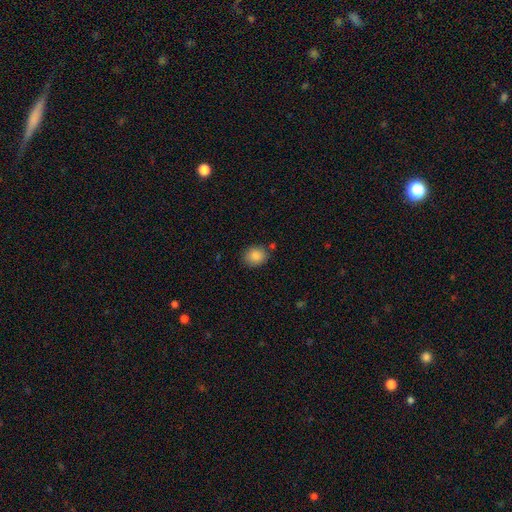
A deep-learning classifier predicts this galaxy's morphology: Overall: smooth (87%). How rounded: round (67%; in between 32%). Merging: none (82%).